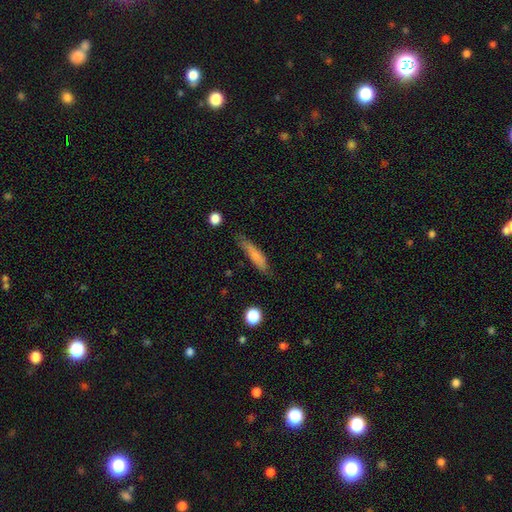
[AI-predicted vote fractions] smooth 74%, featured or disk 19%, star or artifact 8%. Down the decision tree: how rounded — cigar-shaped (81%); merging — none (70%).